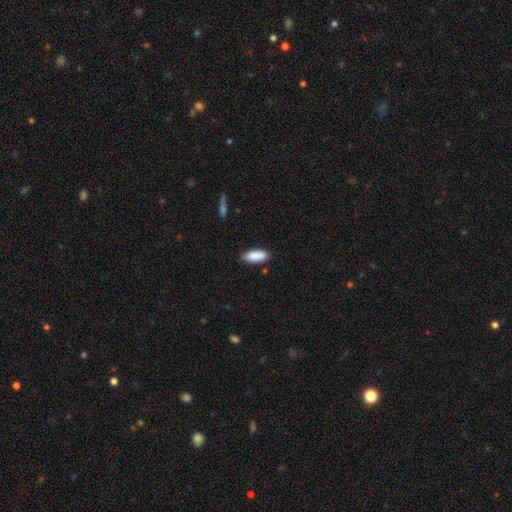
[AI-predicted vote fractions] smooth 89%, star or artifact 6%, featured or disk 5%. Down the decision tree: how rounded — in between (77%); merging — none (83%).